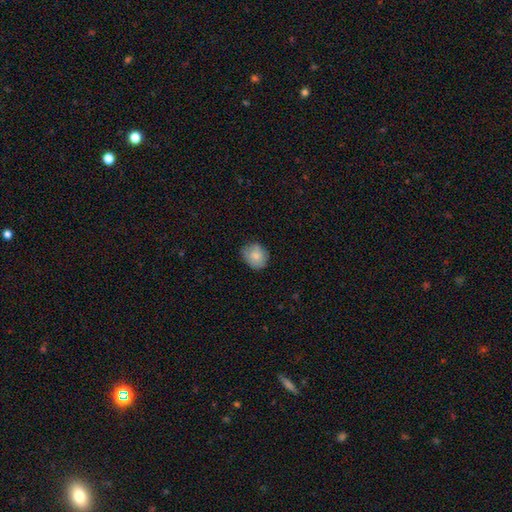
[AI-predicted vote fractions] smooth_or_featured: smooth (p=0.82) [alt: featured or disk p=0.11]
how_rounded: round (p=0.64) [alt: in between p=0.35]
merging: none (p=0.76) [alt: minor disturbance p=0.20]